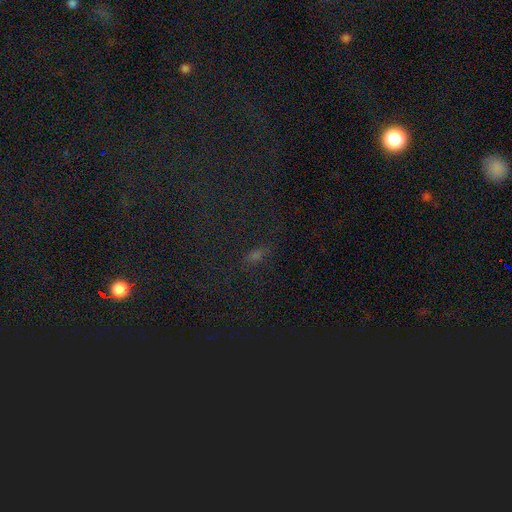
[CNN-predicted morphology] This is possibly a star or artifact rather than a galaxy (48%).